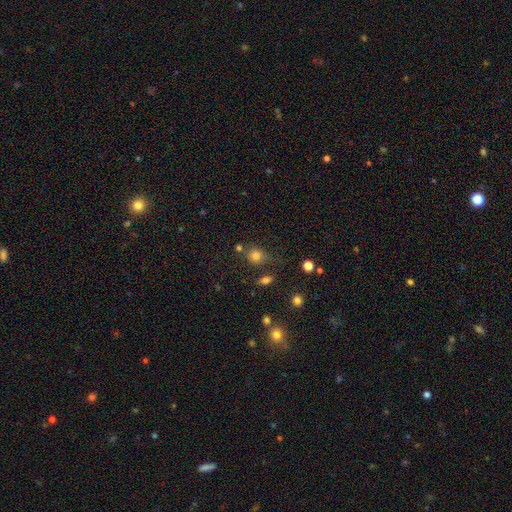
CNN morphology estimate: This is likely a smooth galaxy (78%). How rounded: likely round (75%). Merging: likely none (61%).